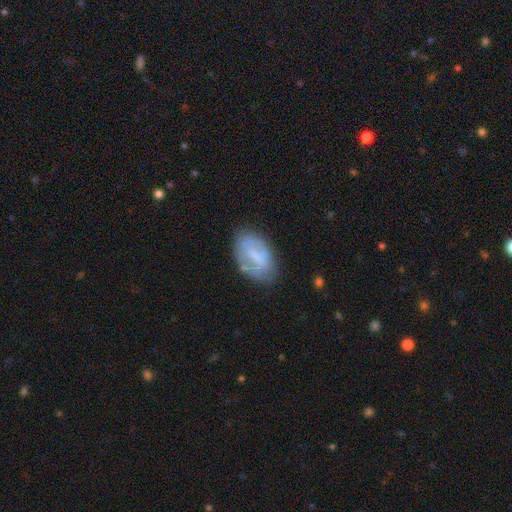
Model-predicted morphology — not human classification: smooth_or_featured: smooth (p=0.47) [alt: featured or disk p=0.45]
merging: none (p=0.66) [alt: minor disturbance p=0.23]